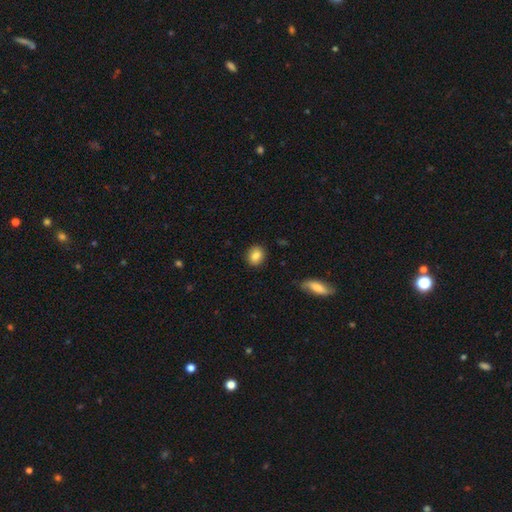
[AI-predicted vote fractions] Q: Smooth or featured?
A: smooth (85%); runner-up: star or artifact (8%)
Q: How rounded?
A: round (67%); runner-up: in between (32%)
Q: Merging?
A: none (88%); runner-up: minor disturbance (8%)